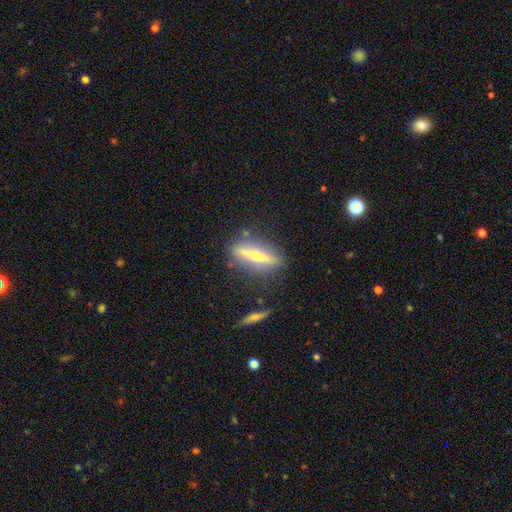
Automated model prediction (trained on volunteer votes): smooth 47%, featured or disk 45%, star or artifact 8%. Down the decision tree: merging — none (79%).